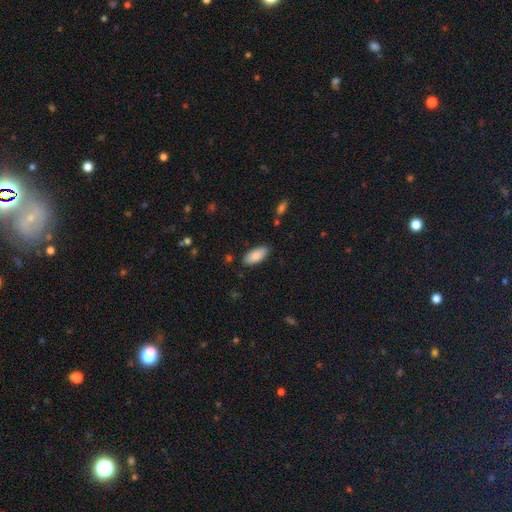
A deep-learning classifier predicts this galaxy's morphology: smooth 86%, featured or disk 8%, star or artifact 6%. Down the decision tree: how rounded — in between (89%); merging — none (84%).